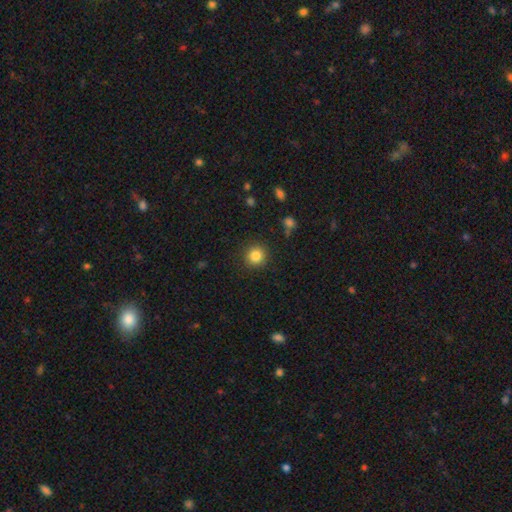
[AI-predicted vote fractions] A smooth galaxy with no disk features (84%) that is round (93%).

Vote fractions:
- Smooth or featured? smooth: 84% / star or artifact: 11% / featured or disk: 5%
- How rounded? round: 93% / in between: 6% / cigar-shaped: 1%
- Merging? none: 89% / minor disturbance: 7% / major disturbance: 3% / merger: 1%